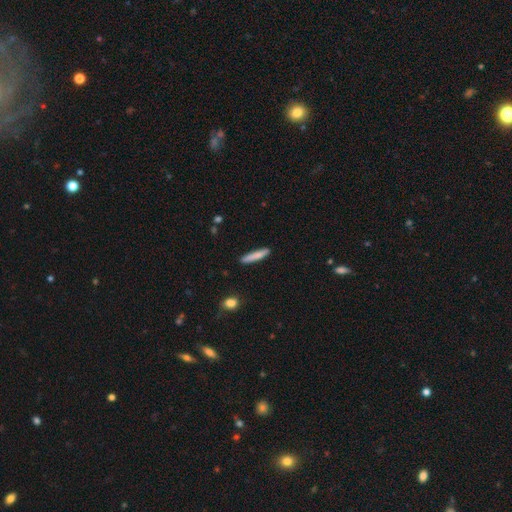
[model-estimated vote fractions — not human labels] A smooth galaxy with no disk features (79%) that is cigar-shaped (92%). Merging: none (87%).